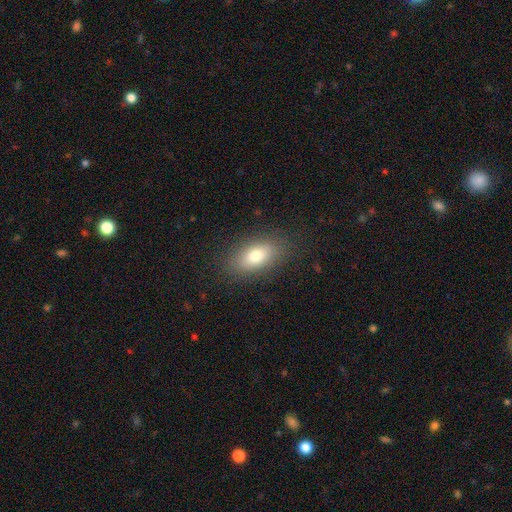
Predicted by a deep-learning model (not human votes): Q: Smooth or featured?
A: smooth (76%); runner-up: featured or disk (14%)
Q: How rounded?
A: in between (87%); runner-up: round (8%)
Q: Merging?
A: none (85%); runner-up: minor disturbance (10%)